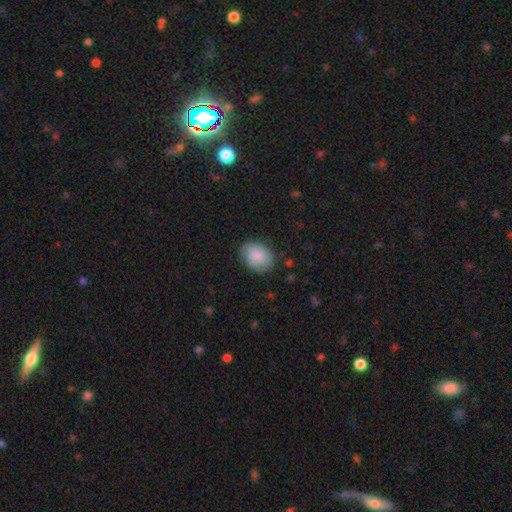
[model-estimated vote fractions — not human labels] This is likely a smooth galaxy (80%). How rounded: possibly in between (59%). Merging: likely none (73%).